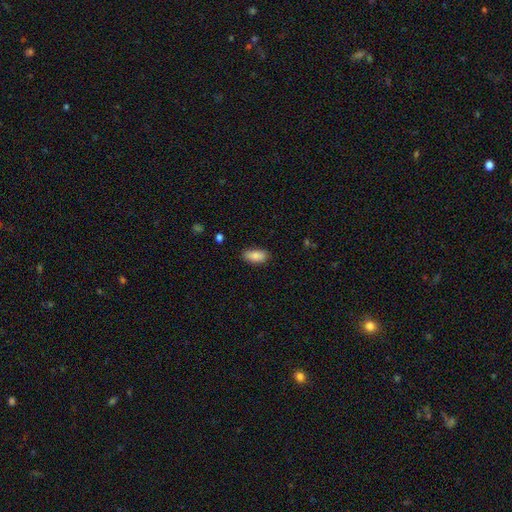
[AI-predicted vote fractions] Smooth or featured? smooth (85%)
How rounded? in between (91%)
Merging? none (82%)